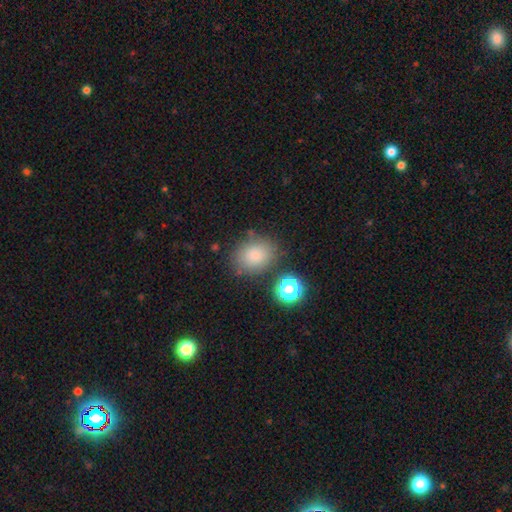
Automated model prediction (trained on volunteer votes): smooth-or-featured: smooth: 82% | star or artifact: 11% | featured or disk: 7%
  how-rounded: round: 51% | in between: 48% | cigar-shaped: 1%
  merging: none: 76% | minor disturbance: 13% | merger: 6% | major disturbance: 5%